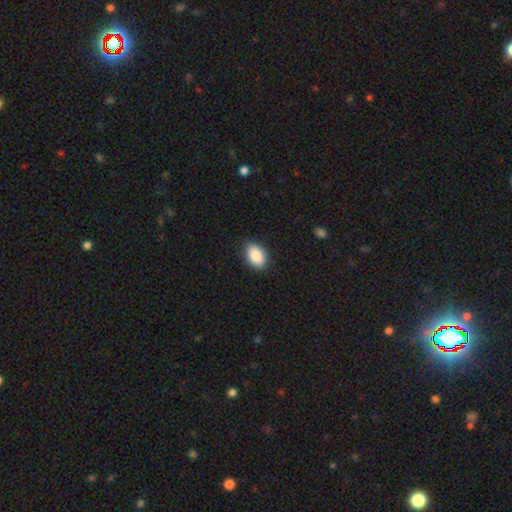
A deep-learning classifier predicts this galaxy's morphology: Smooth or featured? Predicted: smooth (p=0.89). How rounded? Predicted: in between (p=0.90). Merging? Predicted: none (p=0.87).